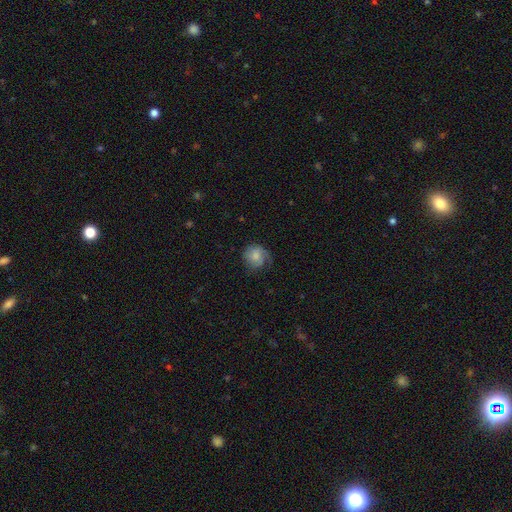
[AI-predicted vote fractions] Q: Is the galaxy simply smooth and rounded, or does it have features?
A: smooth — 66%.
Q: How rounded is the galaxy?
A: round — 80%.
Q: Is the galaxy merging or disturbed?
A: none — 56%.